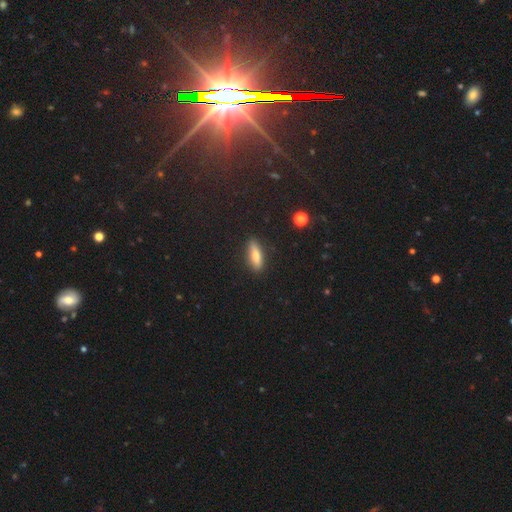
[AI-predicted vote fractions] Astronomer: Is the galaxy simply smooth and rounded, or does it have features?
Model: smooth — 64%.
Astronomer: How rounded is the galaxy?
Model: cigar-shaped — 57% (runner-up: in between, 39%).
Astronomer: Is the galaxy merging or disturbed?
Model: none — 88%.